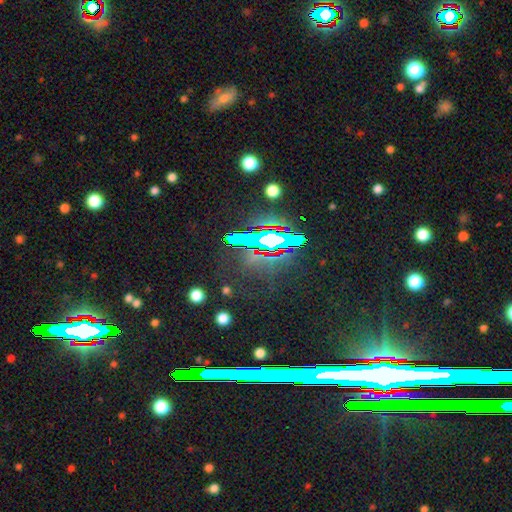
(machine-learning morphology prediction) smooth-or-featured: star or artifact: 68% | smooth: 18% | featured or disk: 13%